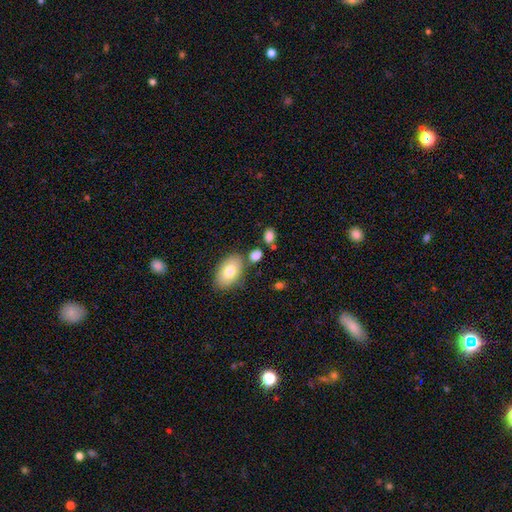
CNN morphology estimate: A smooth galaxy with no disk features (82%) that is in between round and cigar-shaped (76%). Merging: none (66%).